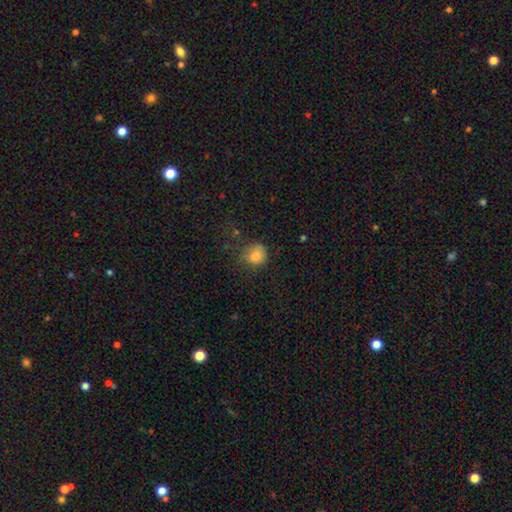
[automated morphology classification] Smooth or featured: smooth — 82% (star or artifact — 11%)
How rounded: round — 67% (in between — 32%)
Merging: none — 48% (minor disturbance — 30%)